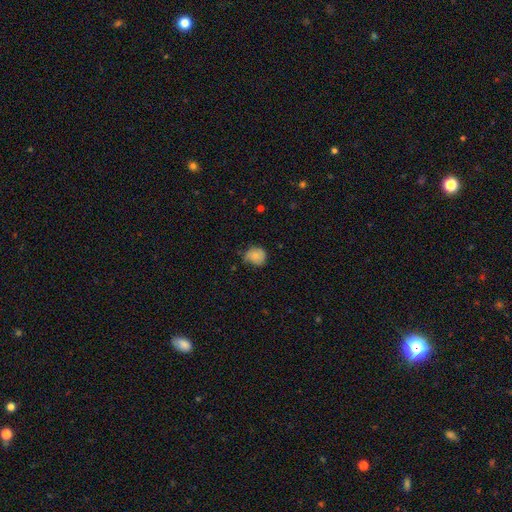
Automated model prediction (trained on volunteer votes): This appears to be a smooth galaxy with no disk features (78%) that is round (75%). Merging: none (55%).